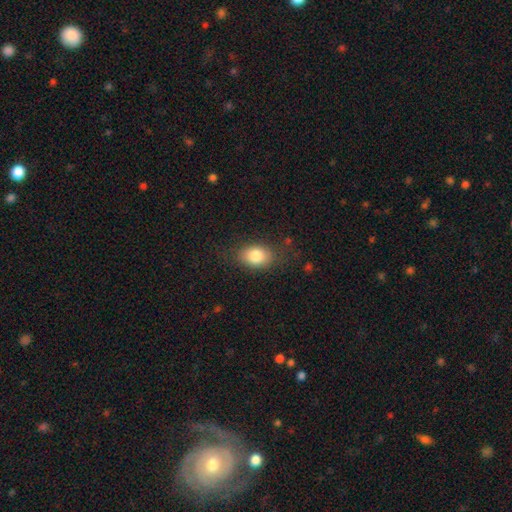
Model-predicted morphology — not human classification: The model was most divided on "how rounded": in between: 77%, round: 22%, cigar-shaped: 1%. More confident: smooth or featured — smooth (82%); merging — none (76%).